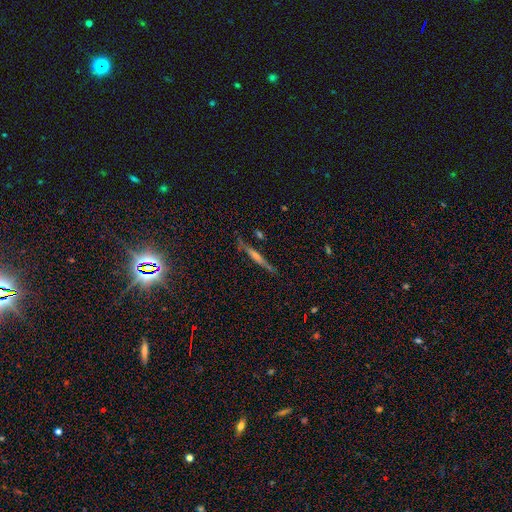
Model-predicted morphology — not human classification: This appears to be a featured or disk galaxy (66%) viewed edge-on (96%) with a rounded central bulge (58%). Merging: none (84%).